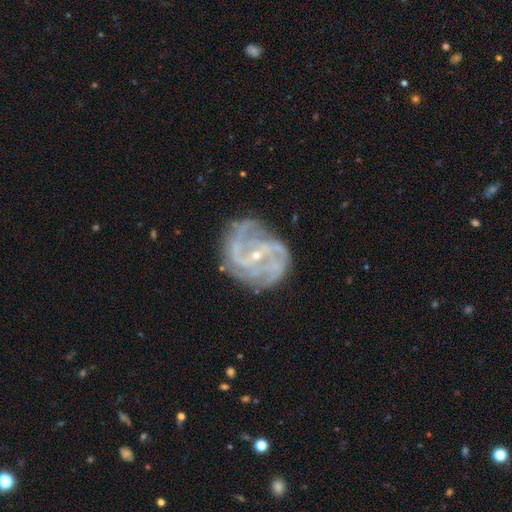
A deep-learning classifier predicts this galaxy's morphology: smooth-or-featured: featured or disk: 89% | star or artifact: 6% | smooth: 4%
  disk-edge-on: no: 98% | yes: 2%
    bar: weak: 41% | no: 36% | strong: 23%
    has-spiral-arms: yes: 97% | no: 3%
      spiral-winding: tight: 45% | medium: 43% | loose: 12%
      spiral-arm-count: 2: 25% | 3: 23% | can't tell: 18% | 4: 18% | more than 4: 8% | 1: 7%
    bulge-size: small: 81% | moderate: 16% | none: 1% | large: 1% | dominant: 1%
  merging: none: 72% | minor disturbance: 18% | major disturbance: 8% | merger: 2%